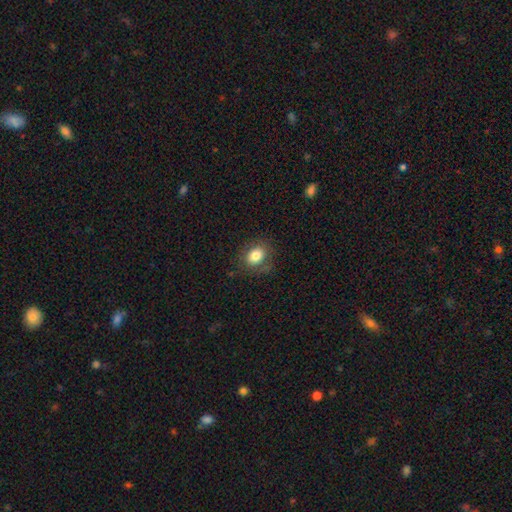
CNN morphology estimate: smooth-or-featured: smooth: 81% | star or artifact: 9% | featured or disk: 9%
  how-rounded: in between: 58% | round: 40% | cigar-shaped: 1%
  merging: none: 79% | minor disturbance: 15% | major disturbance: 5% | merger: 1%